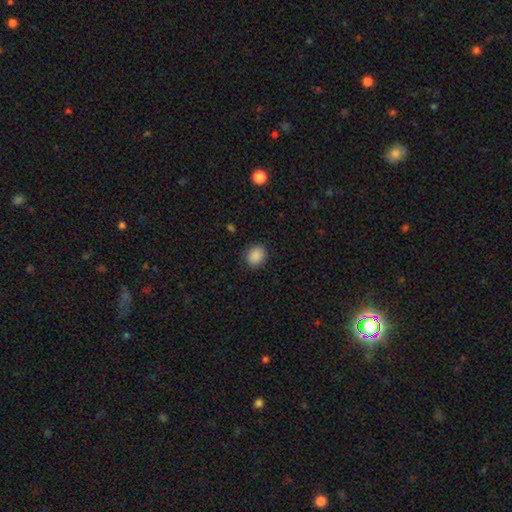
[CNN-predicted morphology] A smooth galaxy with no disk features (88%) that is round (54%). Merging: none (87%).